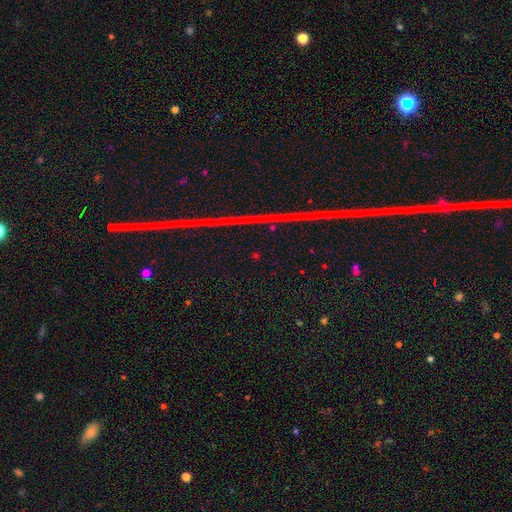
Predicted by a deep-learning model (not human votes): Smooth or featured? Predicted: star or artifact (p=0.79).